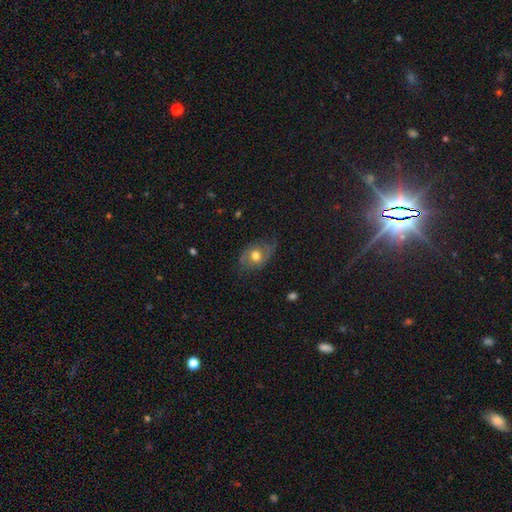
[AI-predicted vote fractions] A featured or disk galaxy (52%).

Vote fractions:
- Smooth or featured? featured or disk: 52% / smooth: 38% / star or artifact: 9%
- Edge-on disk? no: 93% / yes: 7%
- Merging? none: 60% / minor disturbance: 26% / major disturbance: 12% / merger: 2%